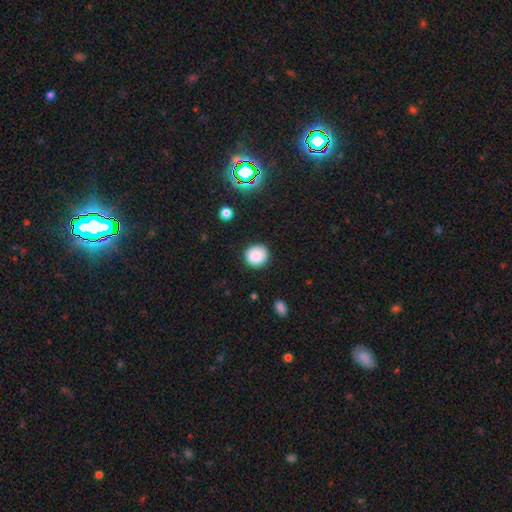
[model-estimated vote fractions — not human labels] Overall: smooth (86%). How rounded: round (90%). Merging: none (87%).